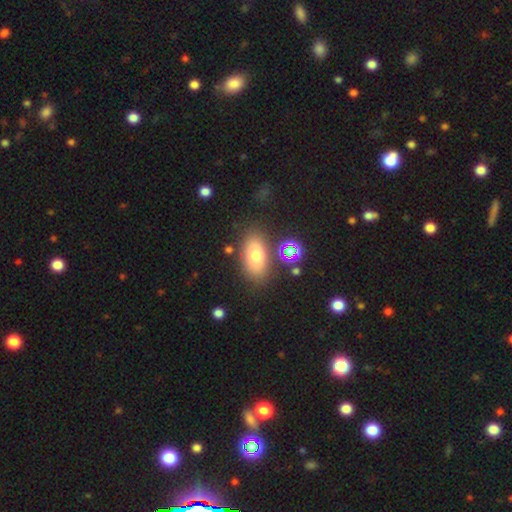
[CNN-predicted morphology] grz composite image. It shows a smooth galaxy with no disk features (72%) that is in between round and cigar-shaped (87%). Merging: none (79%).